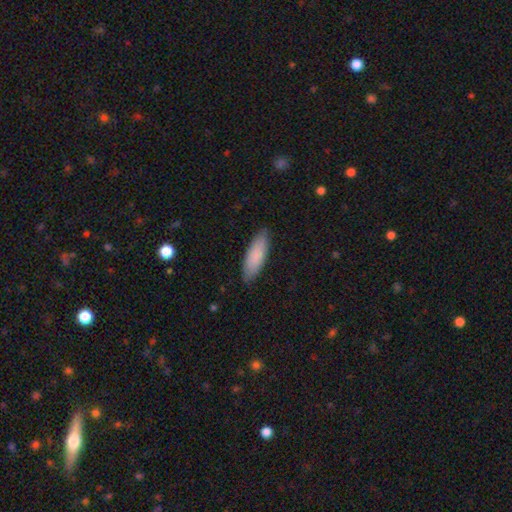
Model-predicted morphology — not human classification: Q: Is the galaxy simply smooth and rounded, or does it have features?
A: smooth — 85%.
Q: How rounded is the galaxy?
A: in between — 58%.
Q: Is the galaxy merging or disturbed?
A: none — 86%.